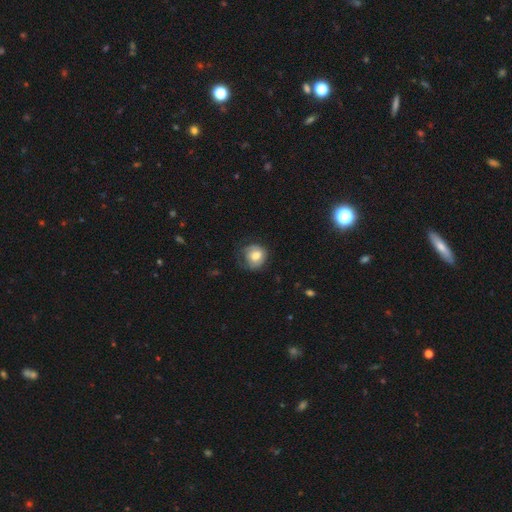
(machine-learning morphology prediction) smooth 69%, featured or disk 23%, star or artifact 8%. Down the decision tree: how rounded — round (78%); merging — none (58%).